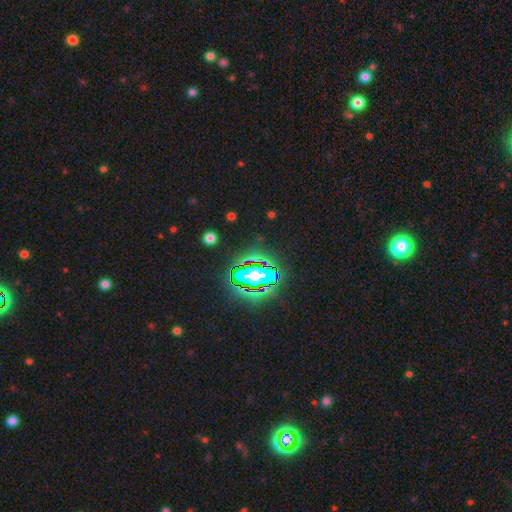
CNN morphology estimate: A star or artifact, not a galaxy (83%).